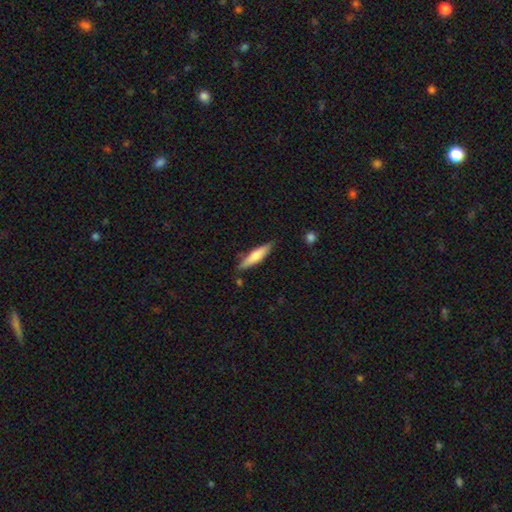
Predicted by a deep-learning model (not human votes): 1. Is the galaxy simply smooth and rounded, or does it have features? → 61% smooth, 34% featured or disk, 6% star or artifact.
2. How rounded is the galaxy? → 79% cigar-shaped, 19% in between, 2% round.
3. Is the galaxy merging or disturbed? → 82% none, 13% minor disturbance, 3% merger, 2% major disturbance.